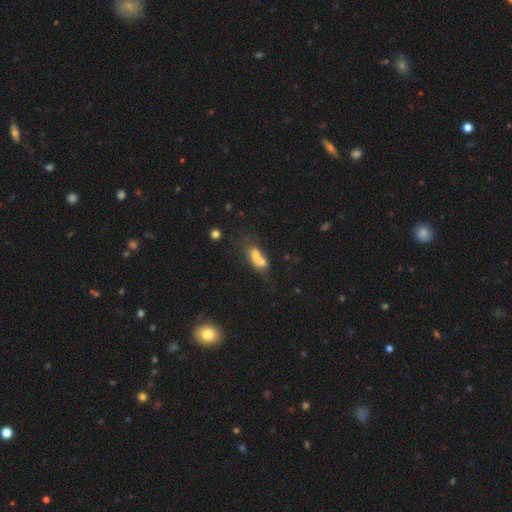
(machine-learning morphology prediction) Smooth or featured? Predicted: smooth (p=0.62). How rounded? Predicted: in between (p=0.62). Merging? Predicted: merger (p=0.67).